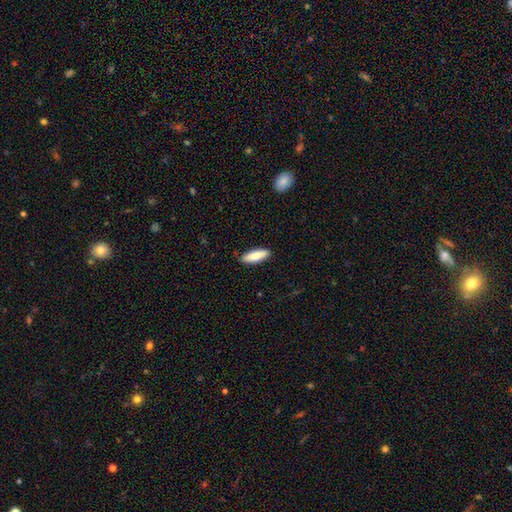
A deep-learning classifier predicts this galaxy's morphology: A smooth galaxy with no disk features (80%) that is in between round and cigar-shaped (52%). Merging: none (88%).